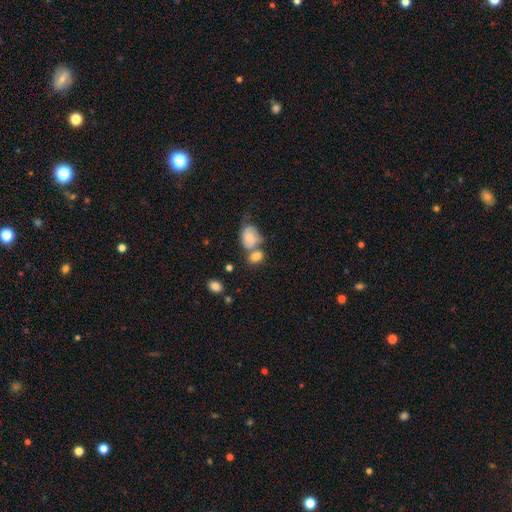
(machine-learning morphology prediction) Smooth or featured? smooth (69%)
How rounded? in between (65%)
Merging? merger (47%)